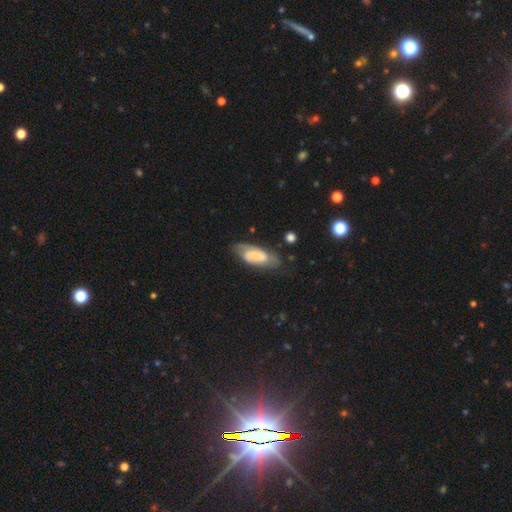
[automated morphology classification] The model was most divided on "bar": weak: 42%, no: 33%, strong: 25%. Remaining: edge-on disk — no (91%); spiral arms — yes (84%); merging — none (64%); smooth or featured — featured or disk (61%); bulge size — small (47%).